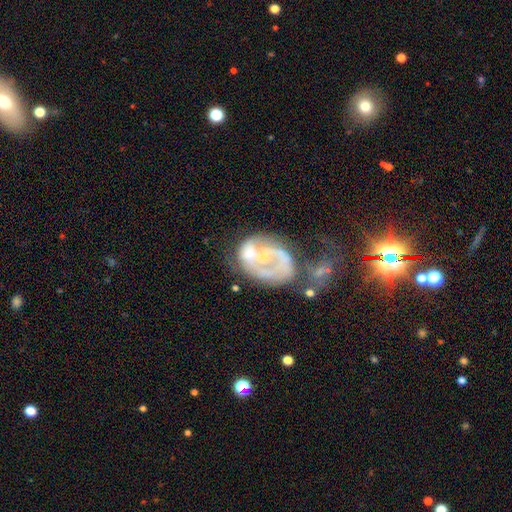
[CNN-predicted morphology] Q: Smooth or featured?
A: featured or disk (68%); runner-up: smooth (22%)
Q: Edge-on disk?
A: no (98%); runner-up: yes (2%)
Q: Bar?
A: no (74%); runner-up: weak (19%)
Q: Spiral arms?
A: no (55%); runner-up: yes (45%)
Q: Bulge size?
A: none (47%); runner-up: small (24%)
Q: Merging?
A: major disturbance (30%); runner-up: none (28%)